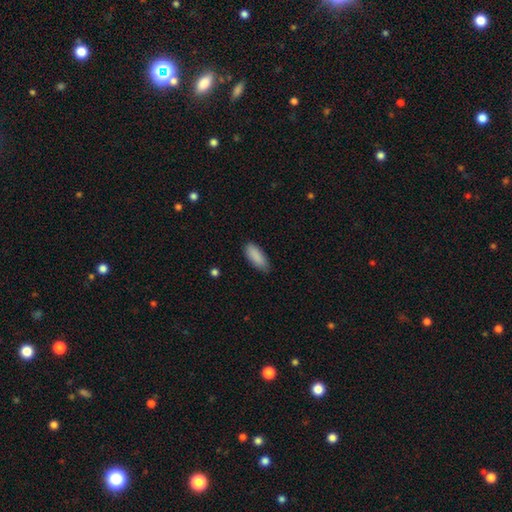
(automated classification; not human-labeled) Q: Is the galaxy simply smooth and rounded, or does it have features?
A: smooth — 89%.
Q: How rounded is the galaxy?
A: in between — 78%.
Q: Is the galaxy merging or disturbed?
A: none — 79%.